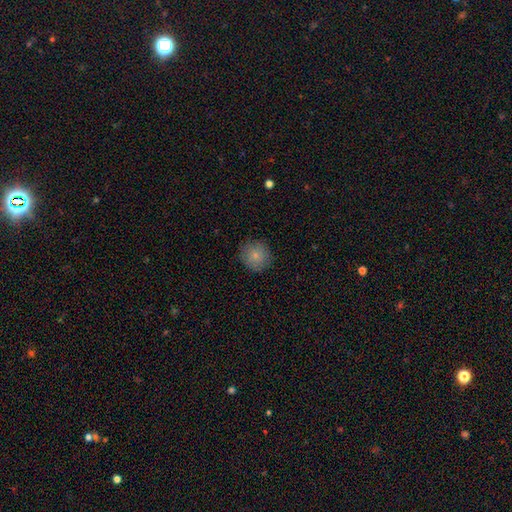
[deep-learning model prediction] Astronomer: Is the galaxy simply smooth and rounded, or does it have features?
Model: smooth — 82%.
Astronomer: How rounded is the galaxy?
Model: round — 92%.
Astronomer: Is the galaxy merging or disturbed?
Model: none — 87%.